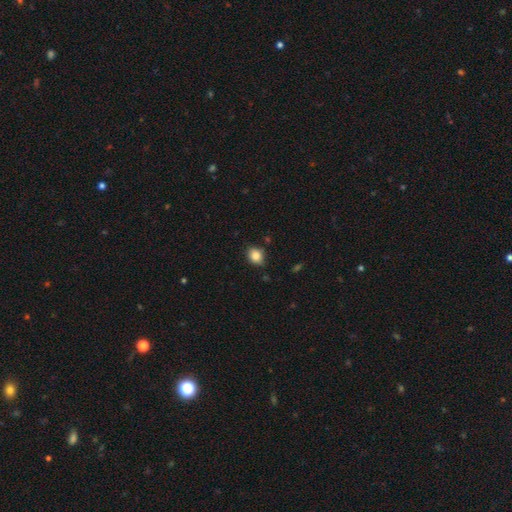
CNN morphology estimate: smooth 84%, star or artifact 10%, featured or disk 6%. Down the decision tree: how rounded — round (53%); merging — none (84%).